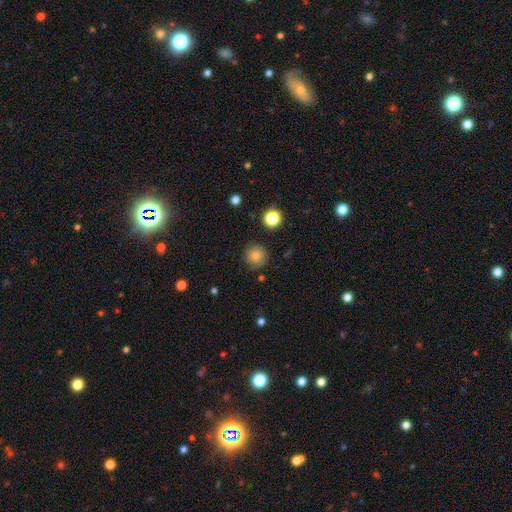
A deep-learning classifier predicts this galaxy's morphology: A smooth galaxy with no disk features (80%) that is round (95%).

Vote fractions:
- Smooth or featured? smooth: 80% / star or artifact: 12% / featured or disk: 7%
- How rounded? round: 95% / in between: 4% / cigar-shaped: 1%
- Merging? none: 87% / minor disturbance: 9% / major disturbance: 3% / merger: 2%